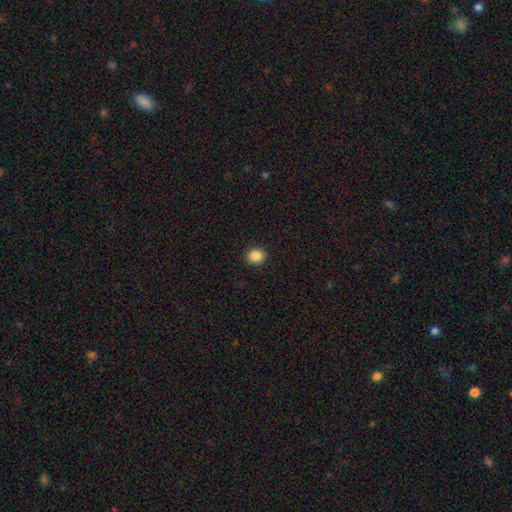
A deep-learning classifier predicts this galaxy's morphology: type=smooth (88%); roundness=round (87%); merging=none (92%).